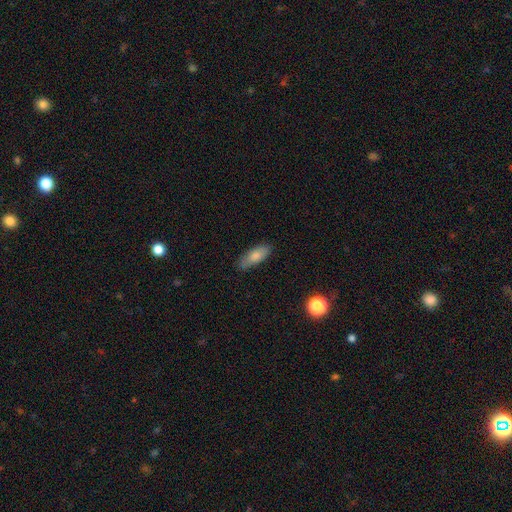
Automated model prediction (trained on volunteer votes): smooth 80%, featured or disk 13%, star or artifact 6%. Down the decision tree: how rounded — in between (73%); merging — none (81%).